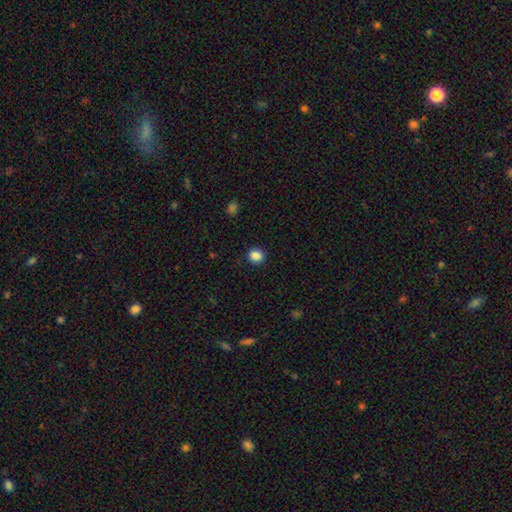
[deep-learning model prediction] A smooth galaxy with no disk features (86%) that is round (83%).

Vote fractions:
- Smooth or featured? smooth: 86% / star or artifact: 10% / featured or disk: 3%
- How rounded? round: 83% / in between: 16% / cigar-shaped: 1%
- Merging? none: 91% / minor disturbance: 6% / major disturbance: 2% / merger: 1%